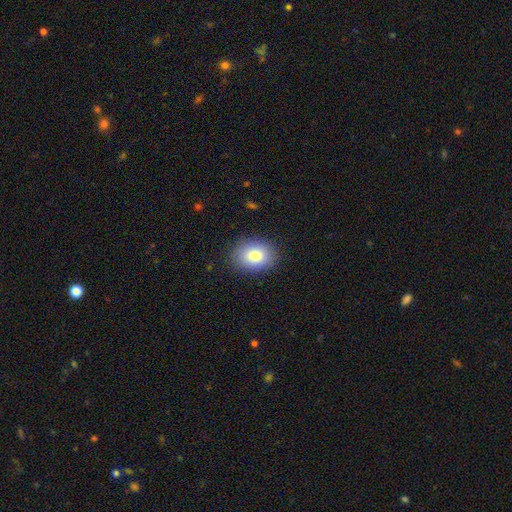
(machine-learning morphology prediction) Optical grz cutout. It shows a smooth galaxy with no disk features (83%) that is in between round and cigar-shaped (70%). Merging: none (87%).